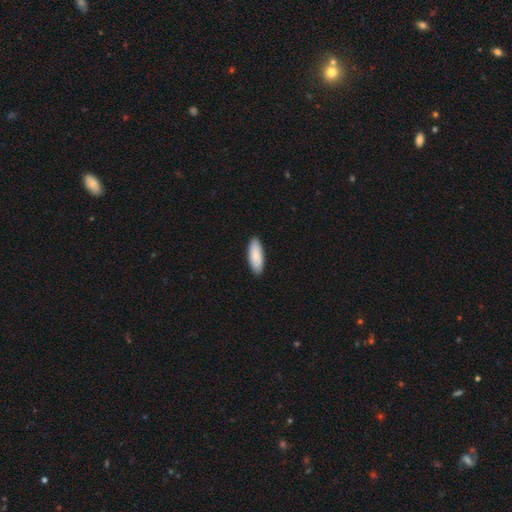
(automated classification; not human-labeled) Smooth or featured?
  - smooth: 88% *
  - featured or disk: 8%
  - star or artifact: 5%
How rounded?
  - in between: 73% *
  - cigar-shaped: 26%
  - round: 2%
Merging?
  - none: 90% *
  - minor disturbance: 8%
  - major disturbance: 1%
  - merger: 1%